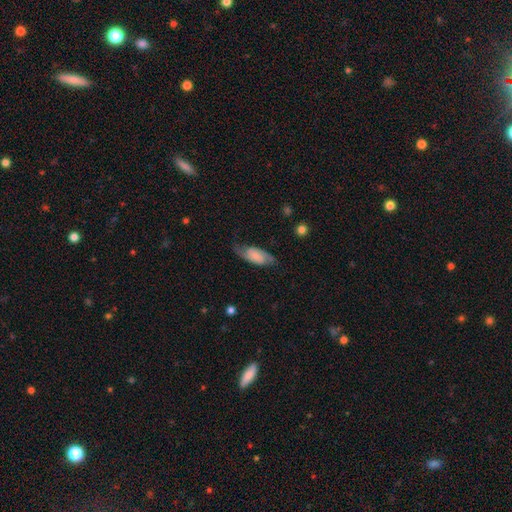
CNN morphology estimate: featured or disk 51%, smooth 42%, star or artifact 7%. Down the decision tree: edge-on disk — no (89%); merging — none (62%).